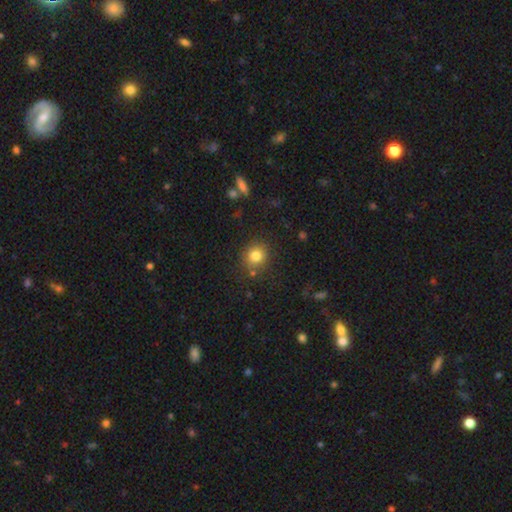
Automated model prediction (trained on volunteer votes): Morphology: type=smooth (80%); roundness=round (85%); merging=none (83%).